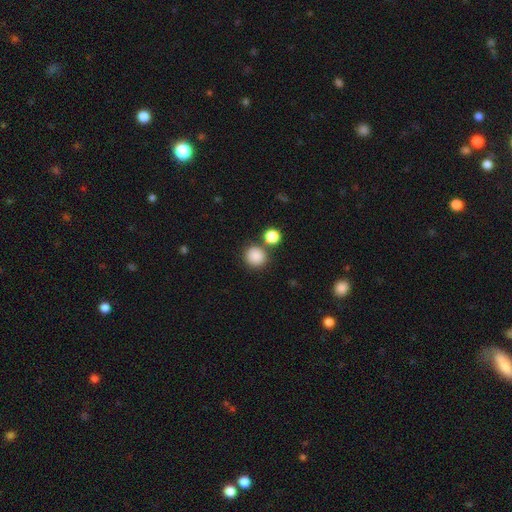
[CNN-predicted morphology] Smooth or featured?
  - smooth: 87% *
  - star or artifact: 10%
  - featured or disk: 4%
How rounded?
  - round: 91% *
  - in between: 8%
  - cigar-shaped: 1%
Merging?
  - none: 76% *
  - merger: 12%
  - minor disturbance: 8%
  - major disturbance: 3%